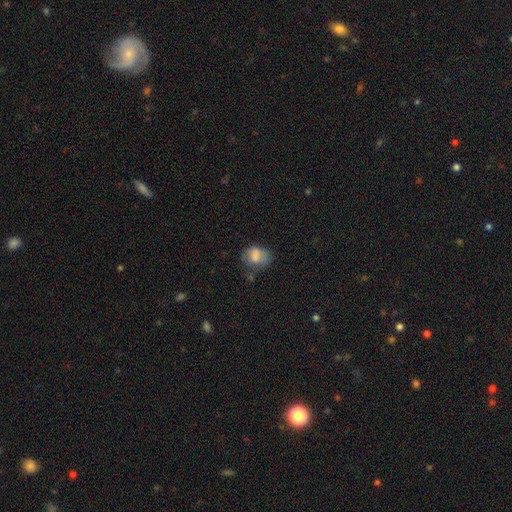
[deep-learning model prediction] Morphology: type=smooth (70%); roundness=in between (60%); merging=none (39%).